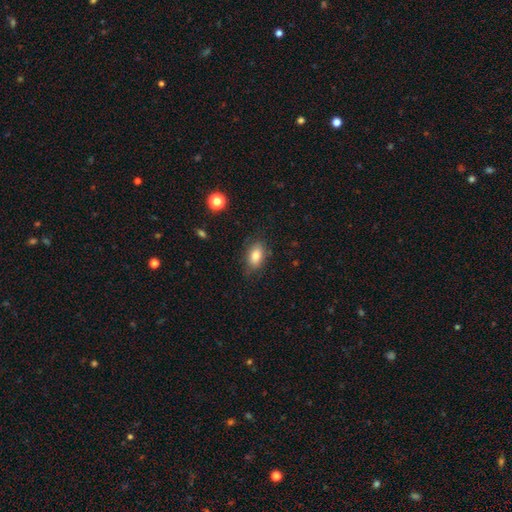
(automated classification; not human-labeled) smooth-or-featured: smooth: 81% | featured or disk: 11% | star or artifact: 8%
  how-rounded: in between: 89% | round: 8% | cigar-shaped: 3%
  merging: none: 79% | minor disturbance: 16% | major disturbance: 4% | merger: 1%